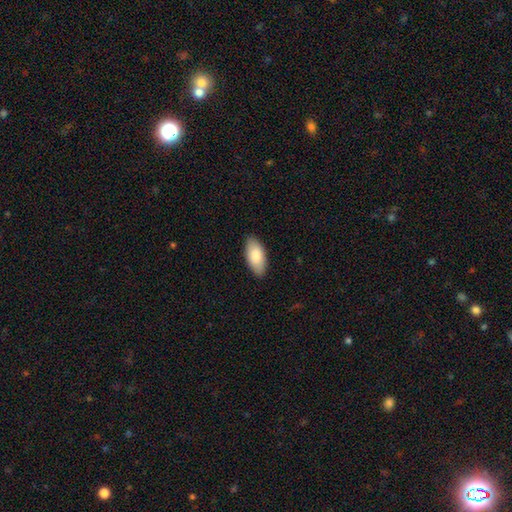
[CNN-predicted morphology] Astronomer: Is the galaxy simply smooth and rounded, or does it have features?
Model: smooth — 85%.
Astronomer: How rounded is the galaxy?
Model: in between — 92%.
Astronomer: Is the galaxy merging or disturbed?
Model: none — 88%.